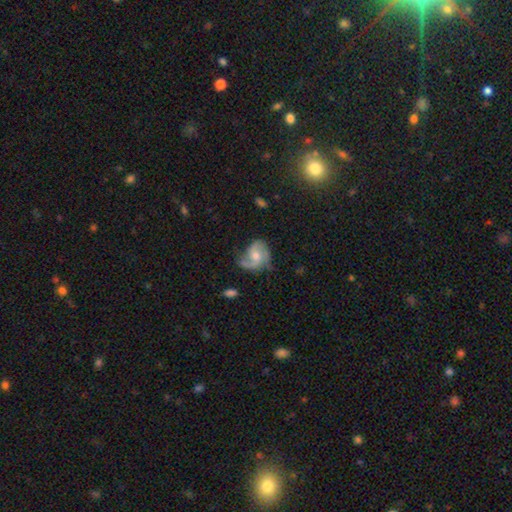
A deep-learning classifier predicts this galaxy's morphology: Smooth or featured? Predicted: featured or disk (p=0.74). Edge-on disk? Predicted: no (p=0.98). Bar? Predicted: no (p=0.59). Spiral arms? Predicted: yes (p=0.92). Spiral winding? Predicted: medium (p=0.45). Spiral arm count? Predicted: 2 (p=0.72). Bulge size? Predicted: moderate (p=0.58). Merging? Predicted: none (p=0.53).